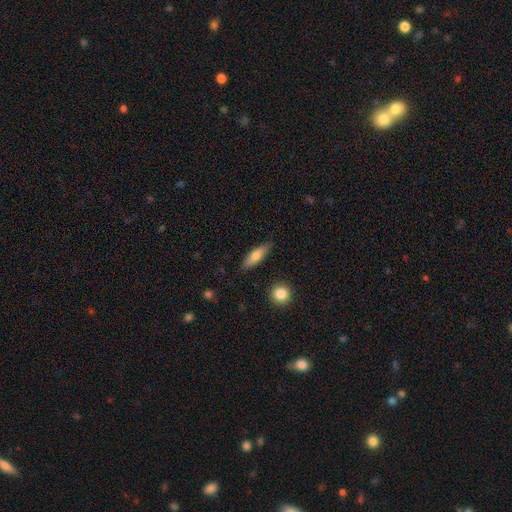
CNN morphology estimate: The model was most divided on "how rounded": cigar-shaped: 53%, in between: 44%, round: 3%. More confident: merging — none (85%); smooth or featured — smooth (68%).